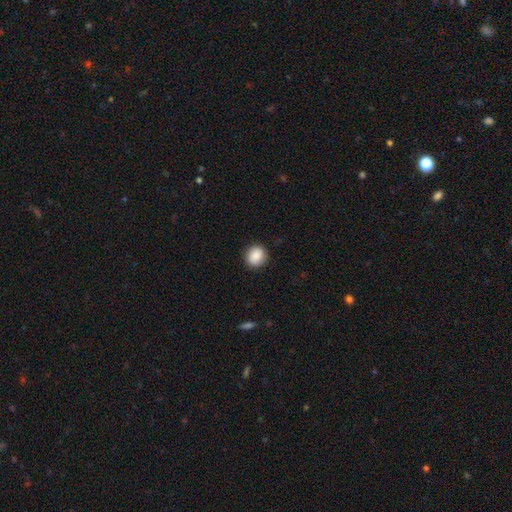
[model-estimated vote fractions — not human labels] Smooth or featured: smooth — 87% (star or artifact — 8%)
How rounded: round — 83% (in between — 16%)
Merging: none — 89% (minor disturbance — 8%)